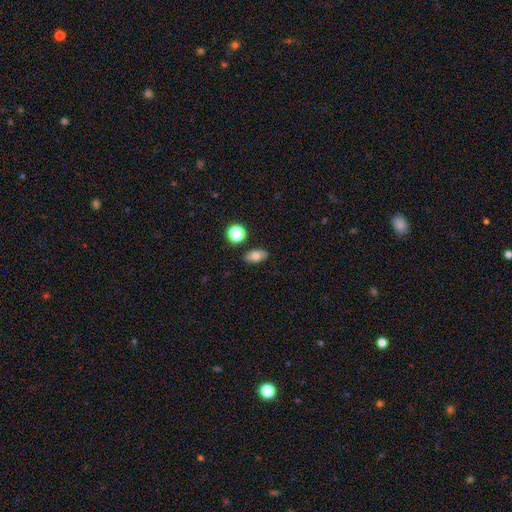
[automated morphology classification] Smooth or featured?
  - smooth: 70% *
  - featured or disk: 20%
  - star or artifact: 10%
How rounded?
  - in between: 85% *
  - round: 11%
  - cigar-shaped: 4%
Merging?
  - none: 85% *
  - minor disturbance: 10%
  - merger: 3%
  - major disturbance: 2%